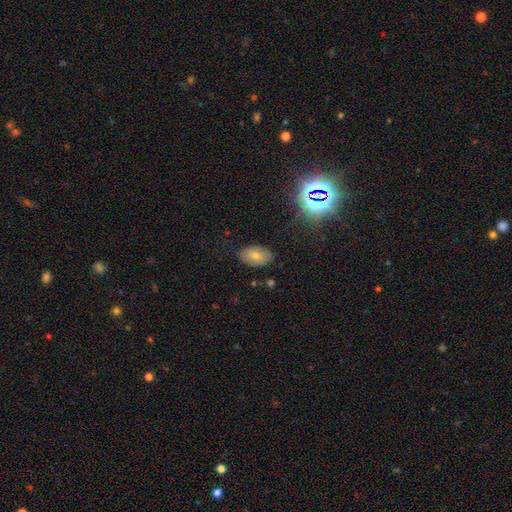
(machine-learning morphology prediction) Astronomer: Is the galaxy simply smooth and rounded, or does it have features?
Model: smooth — 72%.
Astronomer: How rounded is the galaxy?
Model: in between — 89%.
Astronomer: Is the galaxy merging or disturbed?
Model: none — 83%.